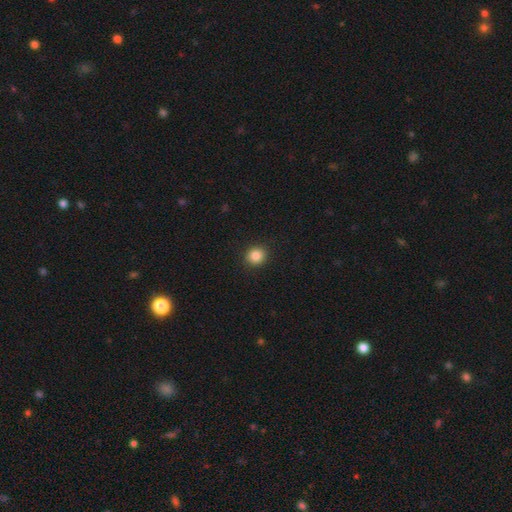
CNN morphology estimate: This appears to be a smooth galaxy with no disk features (86%) that is round (85%). Merging: none (92%).